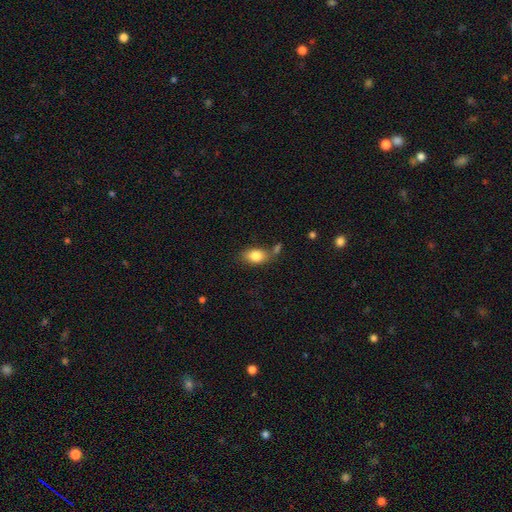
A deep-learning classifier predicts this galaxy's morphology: smooth 83%, featured or disk 9%, star or artifact 8%. Down the decision tree: how rounded — in between (84%); merging — none (61%).